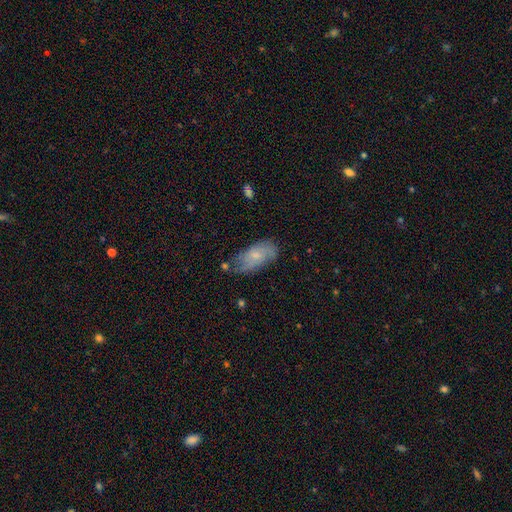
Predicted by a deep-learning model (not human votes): smooth 52%, featured or disk 40%, star or artifact 8%. Down the decision tree: how rounded — in between (89%); merging — none (53%).